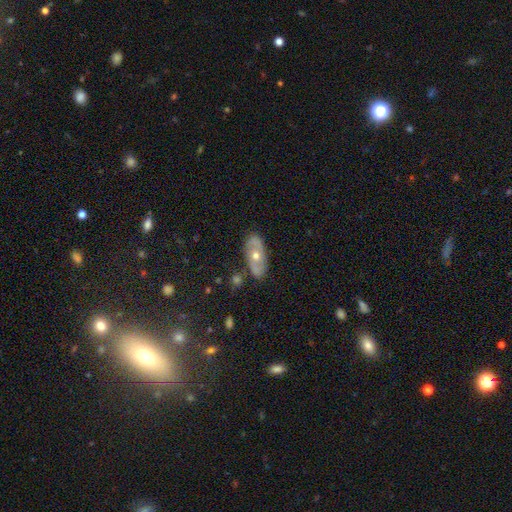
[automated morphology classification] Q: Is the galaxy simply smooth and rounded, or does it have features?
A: featured or disk — 61%.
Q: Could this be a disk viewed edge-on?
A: no — 86%.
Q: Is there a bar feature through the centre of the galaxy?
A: no — 80%.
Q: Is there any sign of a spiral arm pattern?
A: no — 50%, tied with yes.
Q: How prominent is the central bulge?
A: moderate — 72%.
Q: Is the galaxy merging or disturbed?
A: none — 79%.